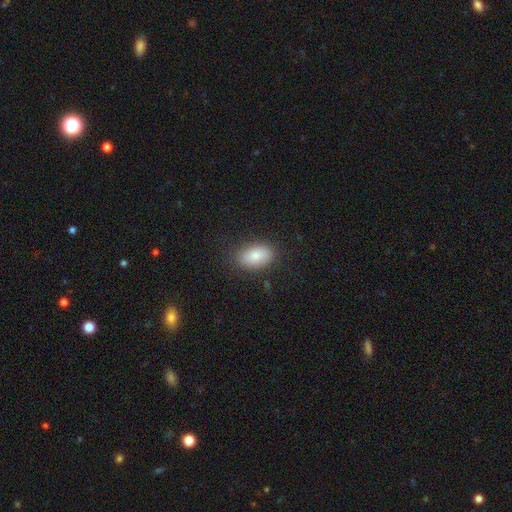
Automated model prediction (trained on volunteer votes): This is clearly a smooth galaxy (83%). How rounded: clearly in between (91%). Merging: clearly none (82%).